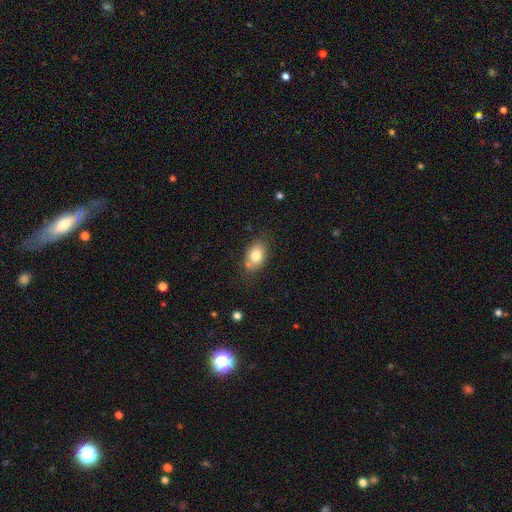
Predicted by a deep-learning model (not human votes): Overall: smooth (79%). How rounded: in between (84%). Merging: none (71%).